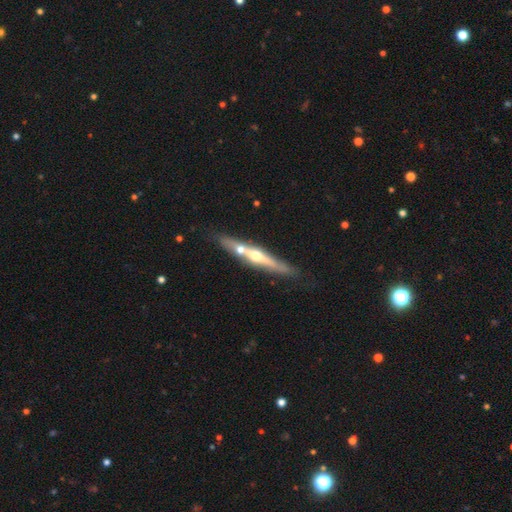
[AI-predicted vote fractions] Morphology: type=featured or disk (68%); edge-on=yes (94%); edge-on bulge=rounded (92%); merging=none (67%).